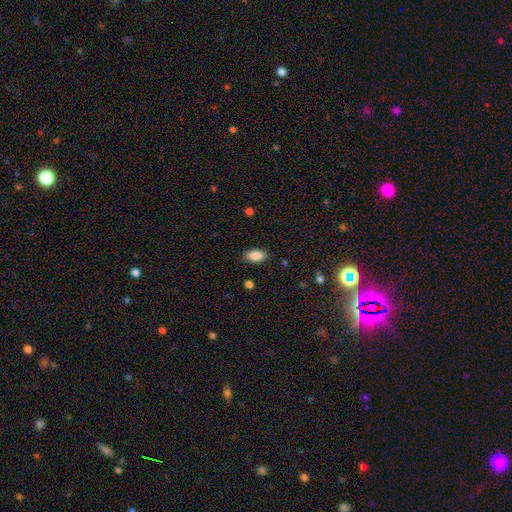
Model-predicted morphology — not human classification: type=smooth (88%); roundness=in between (92%); merging=none (85%).